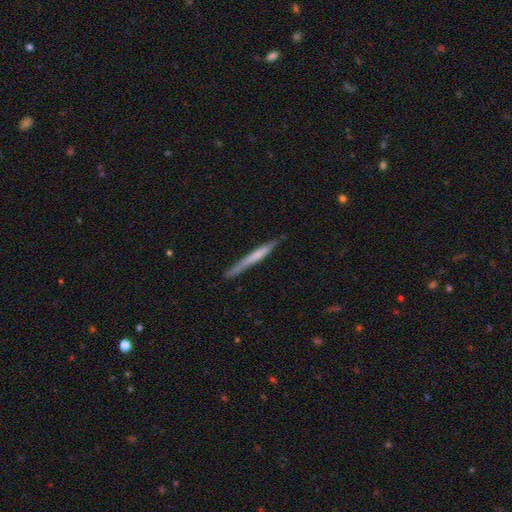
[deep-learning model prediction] Smooth or featured: smooth — 52% (featured or disk — 43%)
How rounded: cigar-shaped — 97% (in between — 2%)
Merging: none — 86% (minor disturbance — 11%)